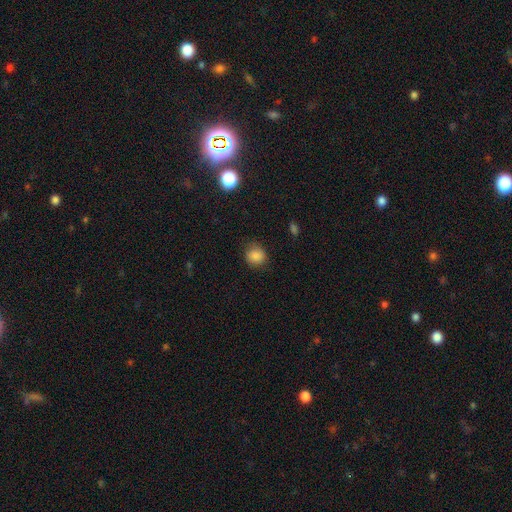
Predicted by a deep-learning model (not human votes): smooth-or-featured: smooth: 85% | star or artifact: 10% | featured or disk: 4%
  how-rounded: round: 79% | in between: 20% | cigar-shaped: 1%
  merging: none: 80% | minor disturbance: 15% | major disturbance: 4% | merger: 1%